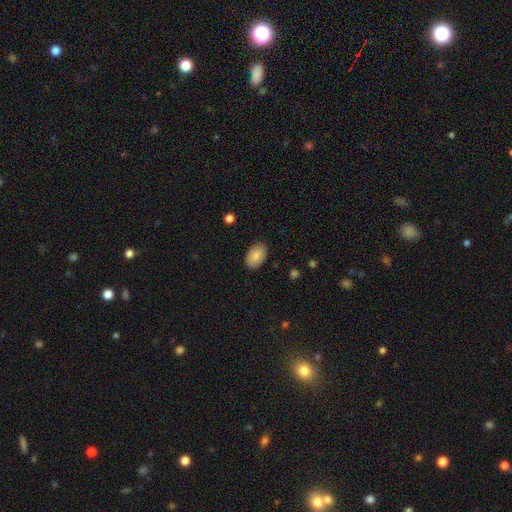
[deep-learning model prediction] A smooth galaxy with no disk features (86%) that is in between round and cigar-shaped (90%). Merging: none (86%).